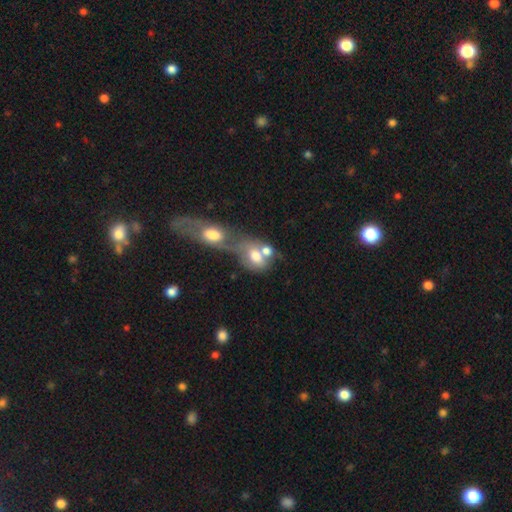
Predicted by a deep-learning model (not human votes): Overall: smooth (64%; featured or disk 26%). How rounded: in between (71%). Merging: merger (69%).